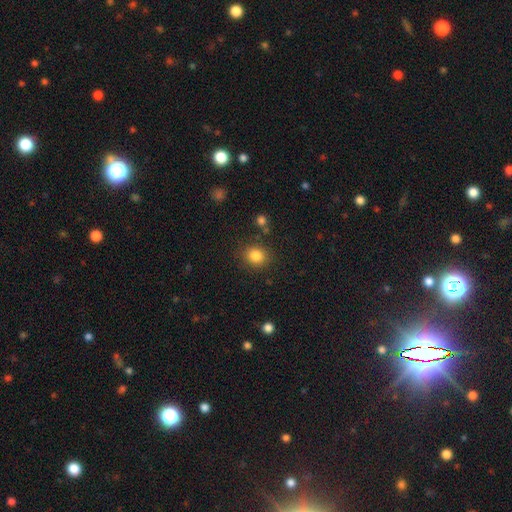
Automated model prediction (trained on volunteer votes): smooth-or-featured: smooth: 84% | star or artifact: 11% | featured or disk: 5%
  how-rounded: round: 76% | in between: 23% | cigar-shaped: 1%
  merging: none: 85% | minor disturbance: 9% | major disturbance: 3% | merger: 3%